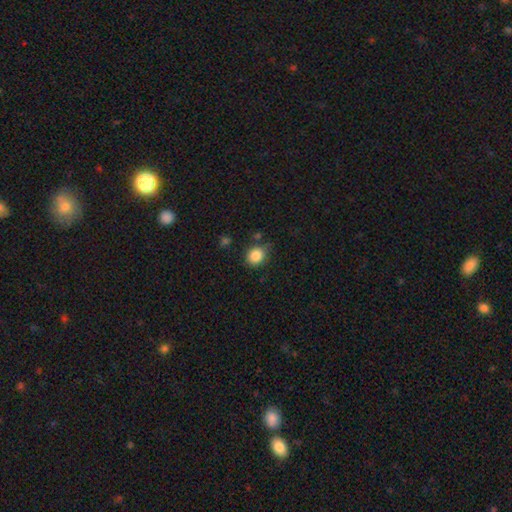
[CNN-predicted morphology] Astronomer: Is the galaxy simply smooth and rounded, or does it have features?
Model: smooth — 85%.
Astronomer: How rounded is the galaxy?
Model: round — 71%.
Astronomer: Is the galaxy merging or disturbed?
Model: none — 72%.